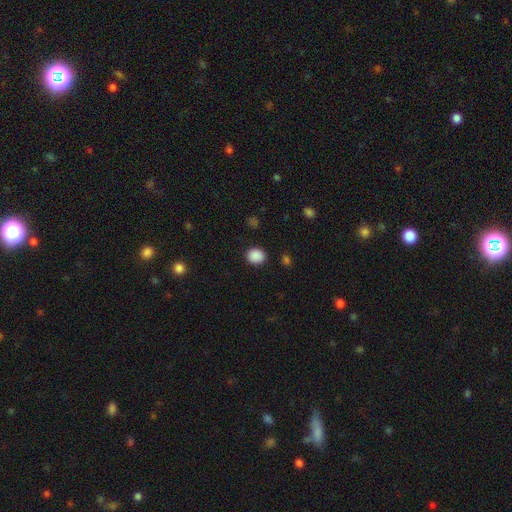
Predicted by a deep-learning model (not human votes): Q: Smooth or featured?
A: smooth (88%); runner-up: star or artifact (9%)
Q: How rounded?
A: round (71%); runner-up: in between (28%)
Q: Merging?
A: none (89%); runner-up: minor disturbance (7%)